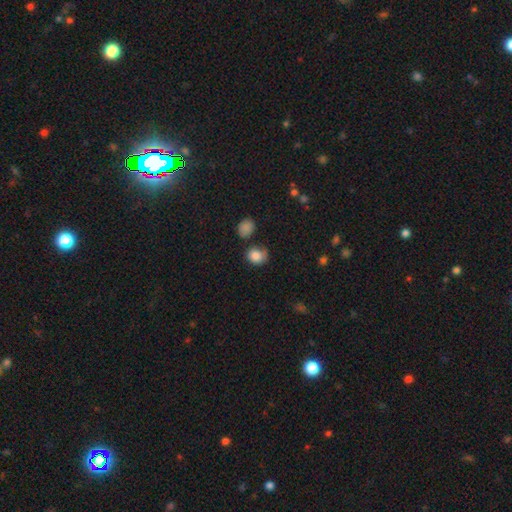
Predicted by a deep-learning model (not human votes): Smooth or featured?
  - smooth: 84% *
  - star or artifact: 10%
  - featured or disk: 6%
How rounded?
  - round: 67% *
  - in between: 32%
  - cigar-shaped: 1%
Merging?
  - none: 55% *
  - minor disturbance: 27%
  - merger: 10%
  - major disturbance: 8%